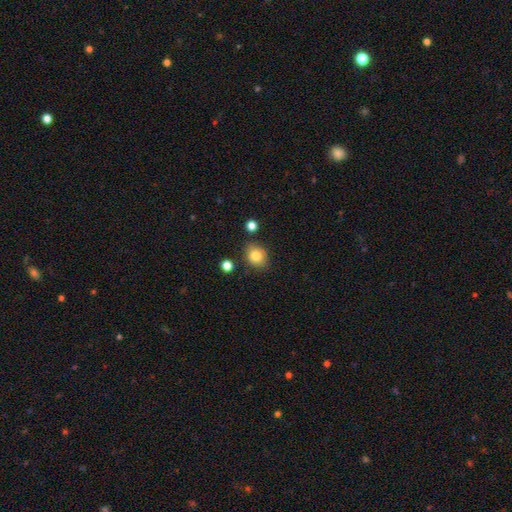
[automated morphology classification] Smooth or featured?
  - smooth: 82% *
  - star or artifact: 11%
  - featured or disk: 8%
How rounded?
  - round: 64% *
  - in between: 35%
  - cigar-shaped: 1%
Merging?
  - none: 81% *
  - minor disturbance: 12%
  - merger: 4%
  - major disturbance: 3%